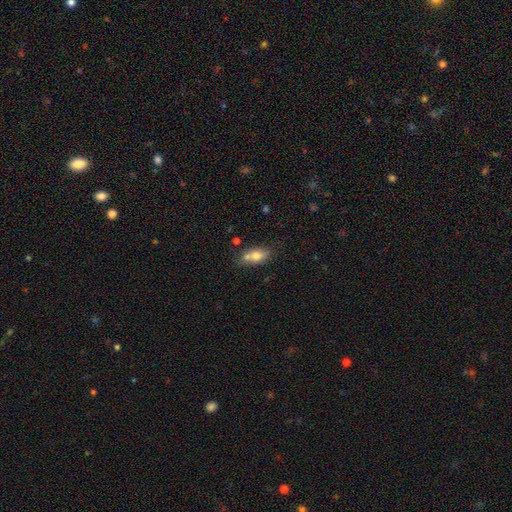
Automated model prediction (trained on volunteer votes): This is likely a smooth galaxy (68%). How rounded: likely in between (80%). Merging: possibly none (54%).